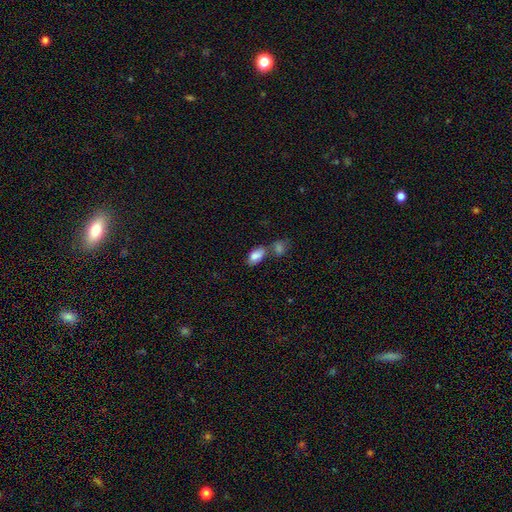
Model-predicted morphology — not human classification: This is clearly a smooth galaxy (83%). How rounded: clearly in between (92%). Merging: possibly none (50%).